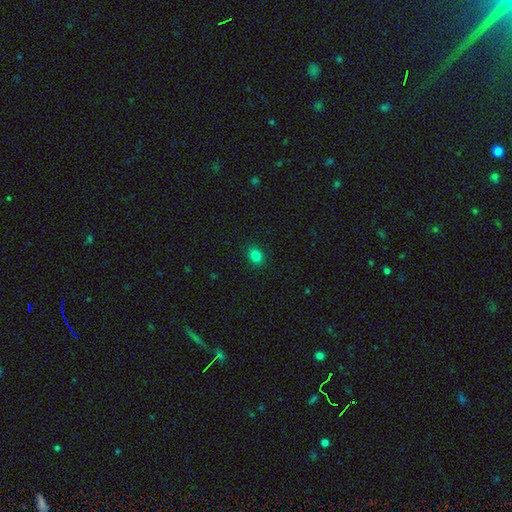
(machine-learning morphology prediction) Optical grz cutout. It shows a smooth galaxy with no disk features (82%) that is in between round and cigar-shaped (52%). Merging: none (89%).